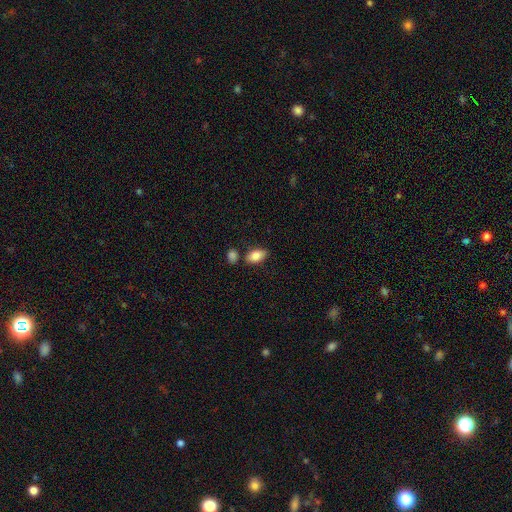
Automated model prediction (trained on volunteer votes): Smooth or featured? Predicted: smooth (p=0.84). How rounded? Predicted: in between (p=0.92). Merging? Predicted: none (p=0.74).